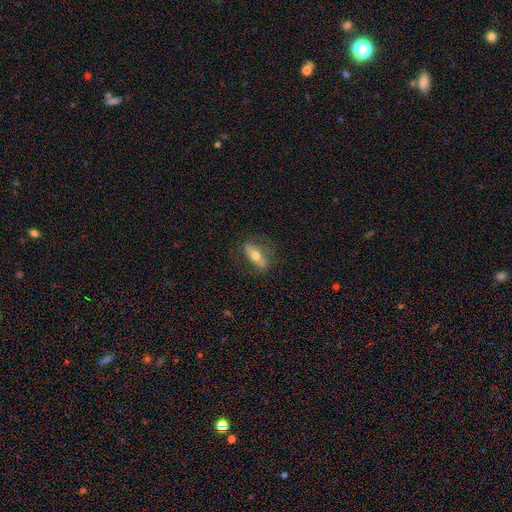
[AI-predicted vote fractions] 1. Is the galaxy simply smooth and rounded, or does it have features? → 47% smooth, 46% featured or disk, 7% star or artifact.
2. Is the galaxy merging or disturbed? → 73% none, 18% minor disturbance, 8% major disturbance, 1% merger.